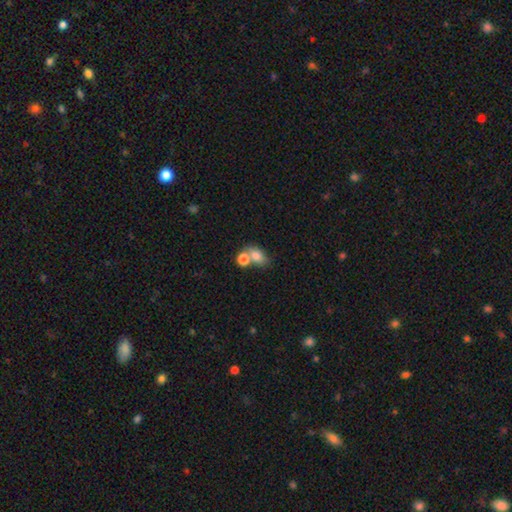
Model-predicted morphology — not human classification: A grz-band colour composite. It shows a smooth galaxy with no disk features (77%) that is in between round and cigar-shaped (70%). Merging: merger (43%).